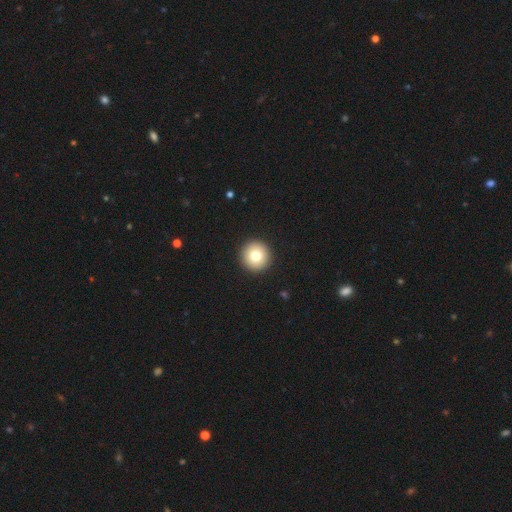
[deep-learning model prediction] smooth 77%, featured or disk 14%, star or artifact 10%. Down the decision tree: how rounded — round (96%); merging — none (94%).